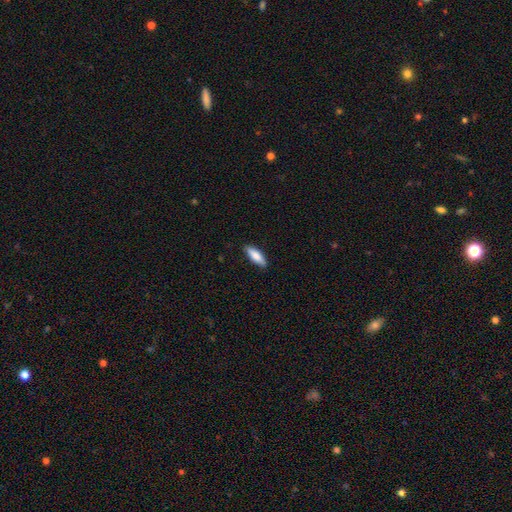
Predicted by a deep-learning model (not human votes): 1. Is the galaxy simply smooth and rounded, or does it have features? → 78% smooth, 16% featured or disk, 6% star or artifact.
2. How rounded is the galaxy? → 50% in between, 48% cigar-shaped, 2% round.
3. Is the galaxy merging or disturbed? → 87% none, 10% minor disturbance, 2% major disturbance, 1% merger.